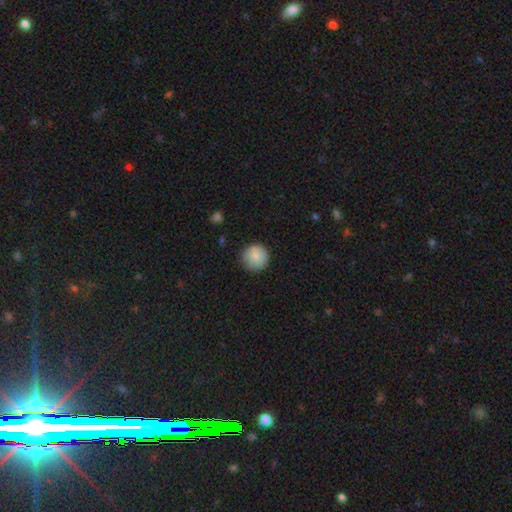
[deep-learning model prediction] Smooth or featured? smooth (86%)
How rounded? round (95%)
Merging? none (87%)